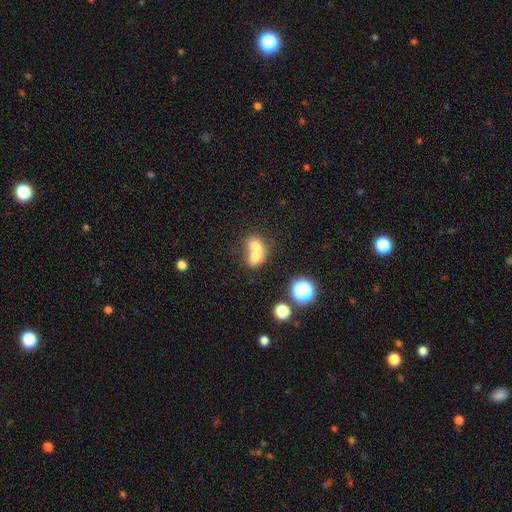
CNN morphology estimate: The model was most divided on "how rounded": round: 51%, in between: 48%, cigar-shaped: 1%. More confident: merging — merger (72%); smooth or featured — smooth (68%).